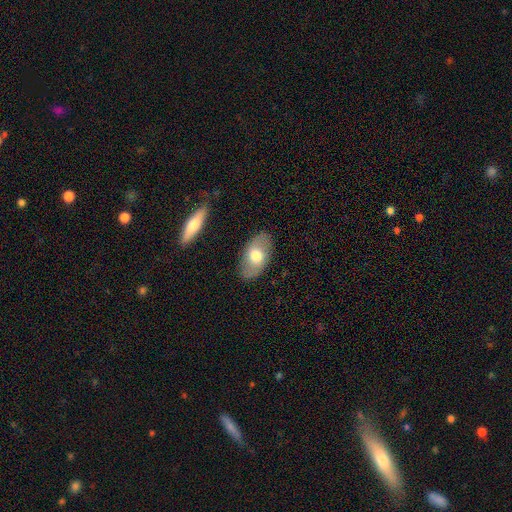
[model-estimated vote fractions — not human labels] Q: Smooth or featured?
A: smooth (63%); runner-up: featured or disk (31%)
Q: How rounded?
A: in between (93%); runner-up: round (5%)
Q: Merging?
A: none (85%); runner-up: minor disturbance (11%)